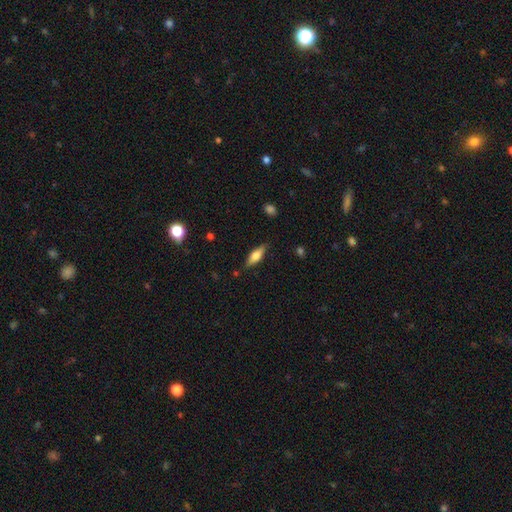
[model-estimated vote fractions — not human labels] The model was most divided on "how rounded": in between: 59%, cigar-shaped: 38%, round: 2%. More confident: merging — none (83%); smooth or featured — smooth (62%).